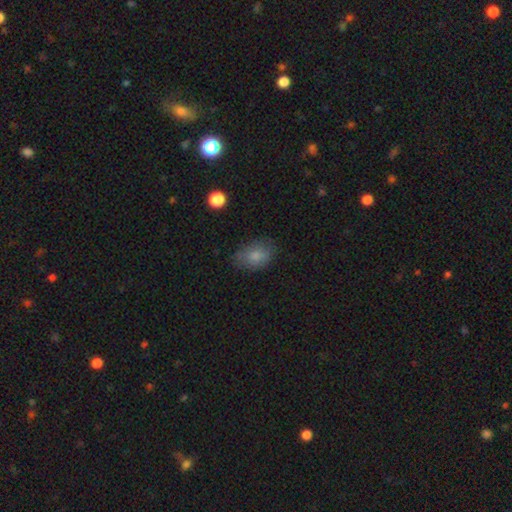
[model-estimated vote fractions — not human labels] smooth-or-featured: smooth: 80% | featured or disk: 12% | star or artifact: 9%
  how-rounded: in between: 80% | round: 18% | cigar-shaped: 1%
  merging: none: 68% | minor disturbance: 23% | major disturbance: 7% | merger: 2%